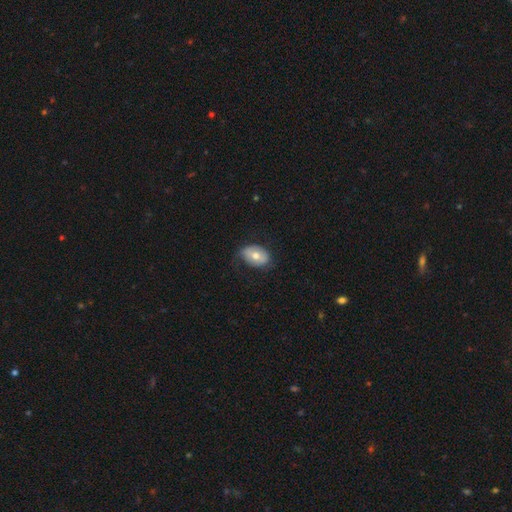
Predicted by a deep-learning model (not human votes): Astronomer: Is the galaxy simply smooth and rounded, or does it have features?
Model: smooth — 66%.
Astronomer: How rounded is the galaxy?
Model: in between — 83%.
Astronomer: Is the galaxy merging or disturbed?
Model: none — 67%.